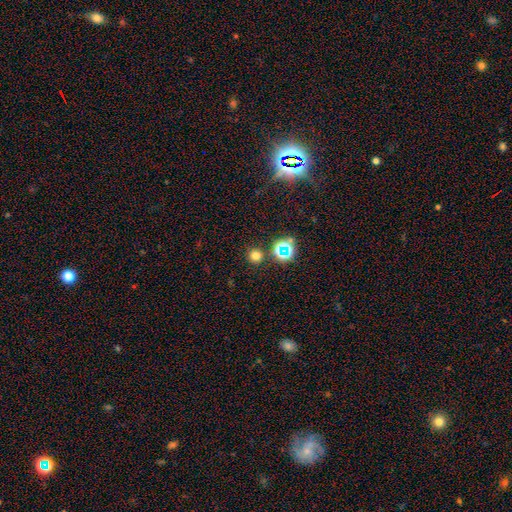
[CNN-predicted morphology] smooth_or_featured: smooth (p=0.71) [alt: star or artifact p=0.24]
how_rounded: round (p=0.93) [alt: in between p=0.06]
merging: none (p=0.86) [alt: minor disturbance p=0.06]